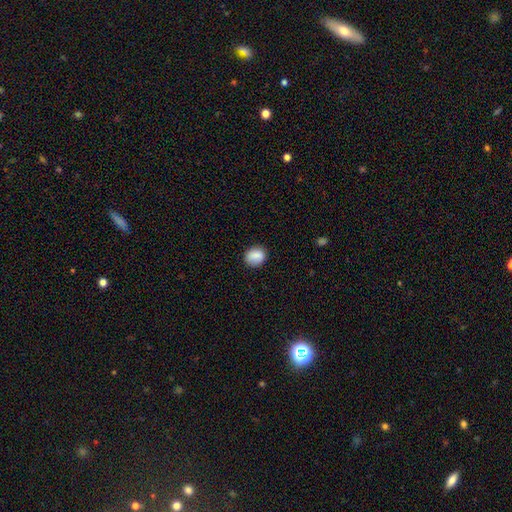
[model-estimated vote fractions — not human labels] smooth_or_featured: smooth (p=0.85) [alt: star or artifact p=0.08]
how_rounded: round (p=0.60) [alt: in between p=0.39]
merging: none (p=0.83) [alt: minor disturbance p=0.12]